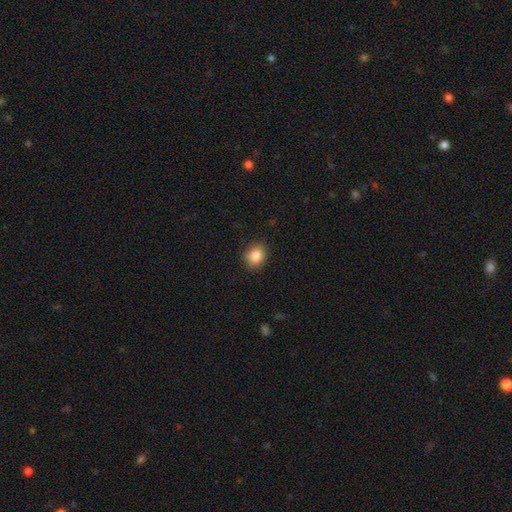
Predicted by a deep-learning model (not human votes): Smooth or featured? smooth (86%)
How rounded? round (64%)
Merging? none (87%)